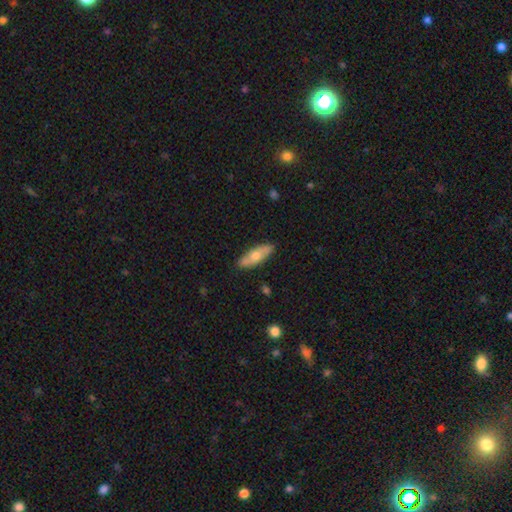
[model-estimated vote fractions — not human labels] smooth 56%, featured or disk 38%, star or artifact 6%. Down the decision tree: how rounded — in between (59%); merging — none (86%).